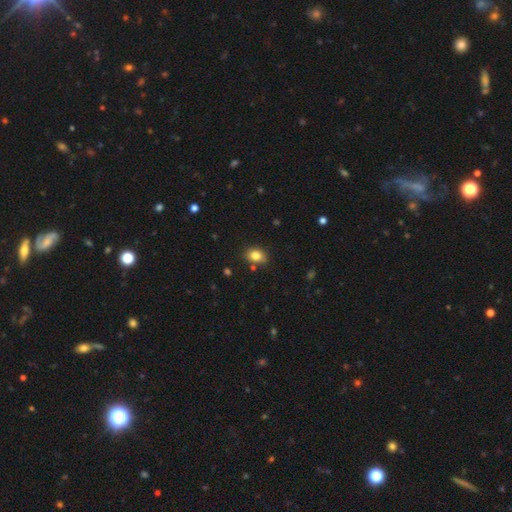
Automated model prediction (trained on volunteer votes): smooth_or_featured: smooth (p=0.83) [alt: star or artifact p=0.10]
how_rounded: in between (p=0.69) [alt: round p=0.30]
merging: none (p=0.81) [alt: minor disturbance p=0.12]